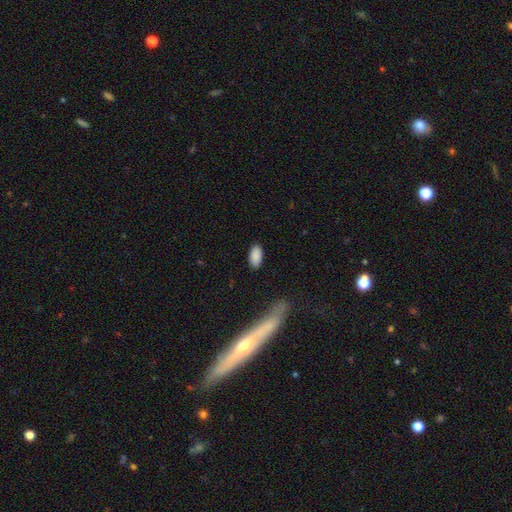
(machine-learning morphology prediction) The model was most divided on "merging": none: 86%, minor disturbance: 10%, major disturbance: 3%, merger: 2%. More confident: how rounded — in between (94%); smooth or featured — smooth (89%).